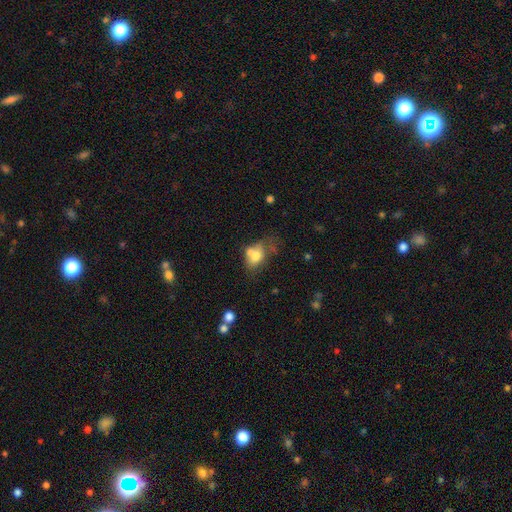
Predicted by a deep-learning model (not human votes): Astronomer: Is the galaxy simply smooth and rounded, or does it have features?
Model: smooth — 68%.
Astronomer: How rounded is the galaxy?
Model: in between — 74%.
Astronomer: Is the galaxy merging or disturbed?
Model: merger — 35% (runner-up: none, 27%).